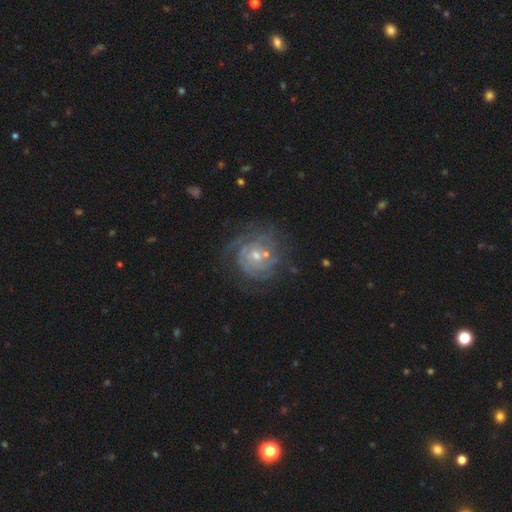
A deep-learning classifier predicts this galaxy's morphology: smooth_or_featured: featured or disk (p=0.84) [alt: star or artifact p=0.08]
disk_edge_on: no (p=0.97) [alt: yes p=0.03]
bar: no (p=0.67) [alt: weak p=0.27]
has_spiral_arms: yes (p=0.95) [alt: no p=0.05]
spiral_winding: tight (p=0.76) [alt: medium p=0.19]
spiral_arm_count: can't tell (p=0.33) [alt: 3 p=0.21]
bulge_size: small (p=0.60) [alt: moderate p=0.35]
merging: none (p=0.70) [alt: minor disturbance p=0.16]